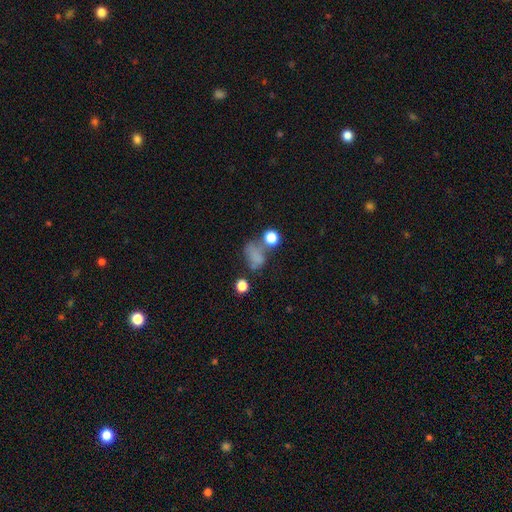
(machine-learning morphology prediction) smooth-or-featured: smooth: 63% | star or artifact: 19% | featured or disk: 18%
  how-rounded: in between: 65% | round: 33% | cigar-shaped: 2%
  merging: none: 31% | major disturbance: 28% | minor disturbance: 21% | merger: 20%